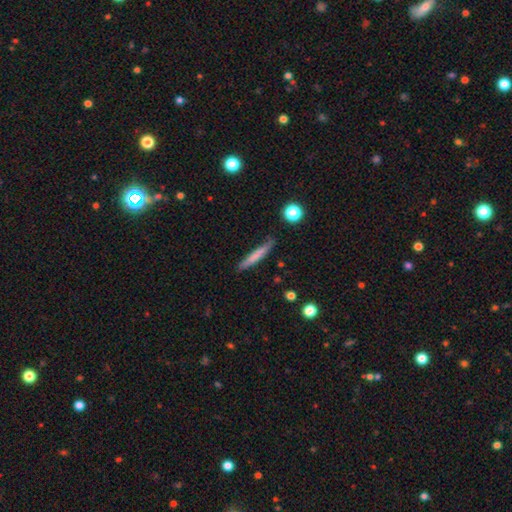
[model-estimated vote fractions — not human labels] Smooth or featured?
  - smooth: 69% *
  - featured or disk: 24%
  - star or artifact: 7%
How rounded?
  - cigar-shaped: 94% *
  - in between: 4%
  - round: 2%
Merging?
  - none: 83% *
  - minor disturbance: 12%
  - major disturbance: 2%
  - merger: 2%